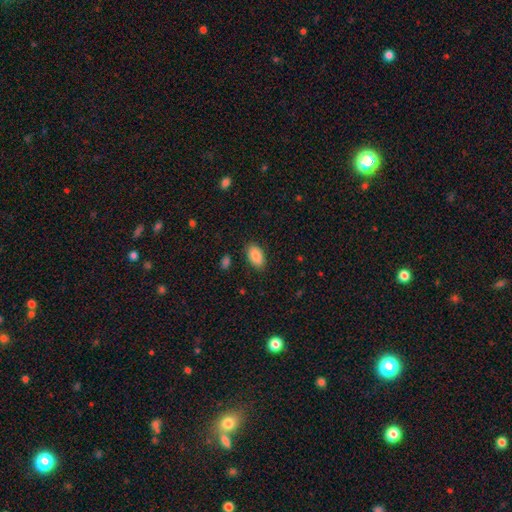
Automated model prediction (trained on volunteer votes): Morphology: type=smooth (88%); roundness=in between (93%); merging=none (86%).